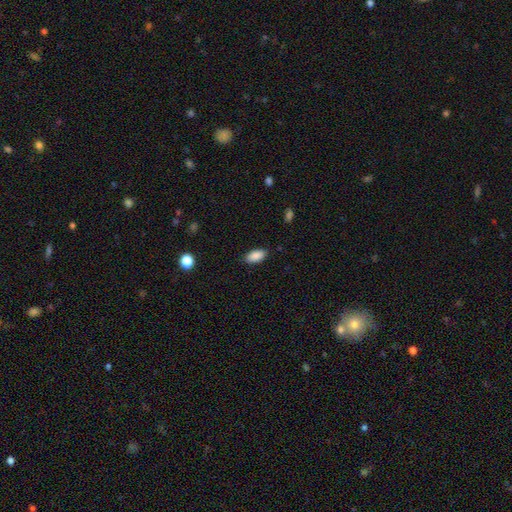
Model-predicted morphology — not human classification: Overall: smooth (89%). How rounded: in between (92%). Merging: none (85%).